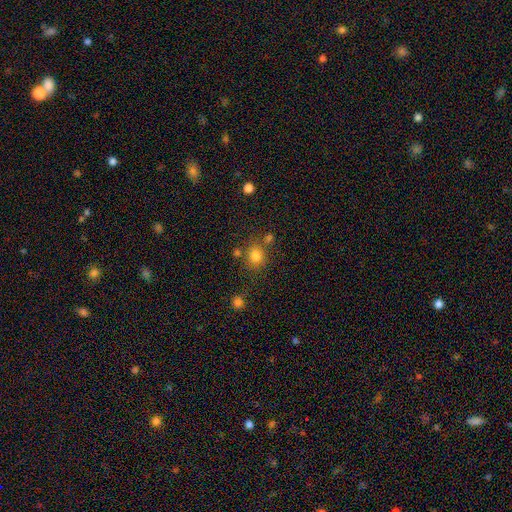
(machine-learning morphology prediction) A smooth galaxy with no disk features (80%) that is round (77%).

Vote fractions:
- Smooth or featured? smooth: 80% / star or artifact: 14% / featured or disk: 6%
- How rounded? round: 77% / in between: 22% / cigar-shaped: 1%
- Merging? none: 73% / minor disturbance: 12% / merger: 10% / major disturbance: 5%